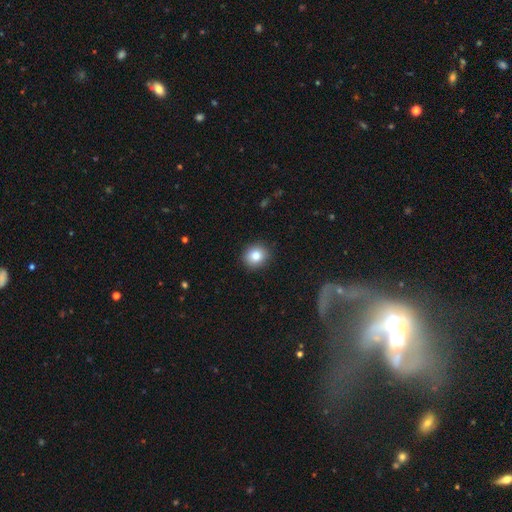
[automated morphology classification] smooth-or-featured: smooth: 83% | star or artifact: 10% | featured or disk: 7%
  how-rounded: round: 84% | in between: 15% | cigar-shaped: 1%
  merging: none: 90% | minor disturbance: 7% | major disturbance: 2% | merger: 1%